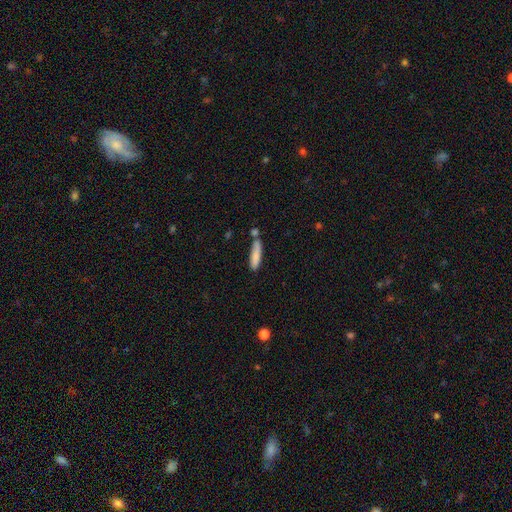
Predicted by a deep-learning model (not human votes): Morphology: type=smooth (81%); roundness=cigar-shaped (79%); merging=none (64%).